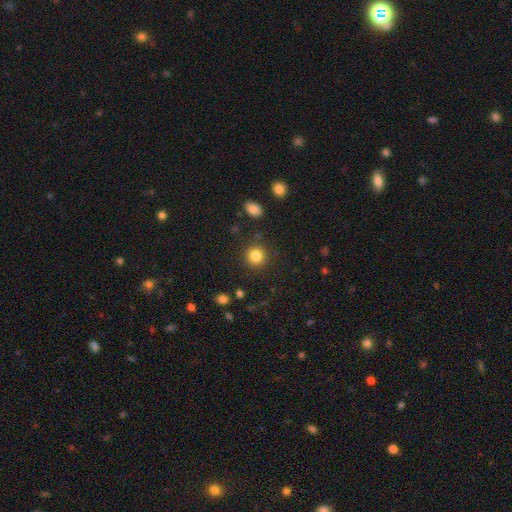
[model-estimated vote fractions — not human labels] The model was most divided on "smooth or featured": smooth: 84%, star or artifact: 11%, featured or disk: 6%. More confident: how rounded — round (92%); merging — none (88%).